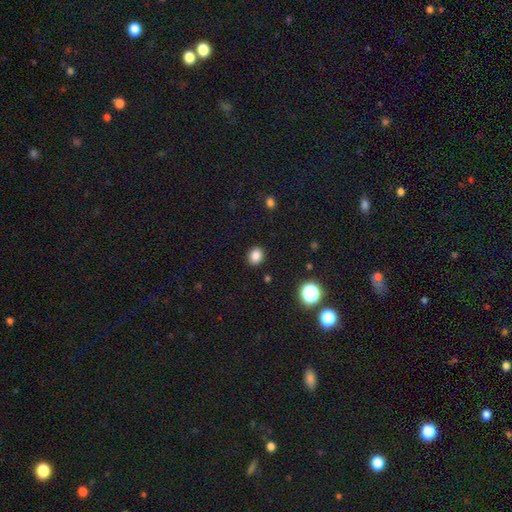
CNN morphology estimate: smooth-or-featured: smooth: 84% | star or artifact: 12% | featured or disk: 4%
  how-rounded: round: 60% | in between: 39% | cigar-shaped: 1%
  merging: none: 89% | minor disturbance: 7% | major disturbance: 2% | merger: 1%